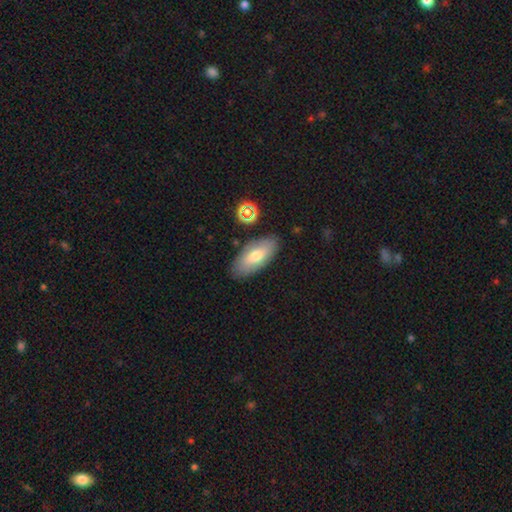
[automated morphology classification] This appears to be a smooth galaxy with no disk features (70%) that is in between round and cigar-shaped (85%). Merging: none (83%).